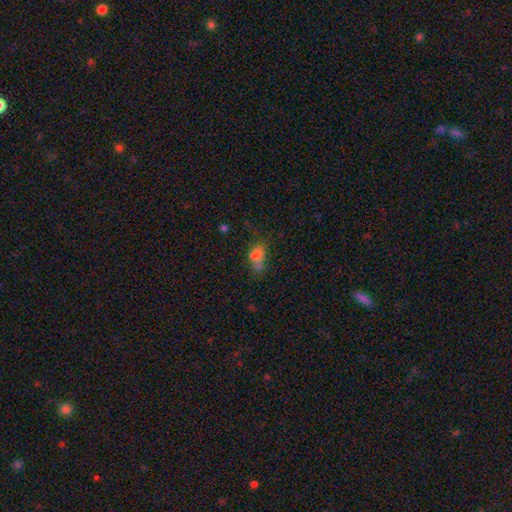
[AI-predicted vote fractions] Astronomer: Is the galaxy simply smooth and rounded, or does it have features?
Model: smooth — 68%.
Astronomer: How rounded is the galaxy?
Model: in between — 73%.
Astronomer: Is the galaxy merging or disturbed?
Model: none — 29%, tied with merger at 29%.